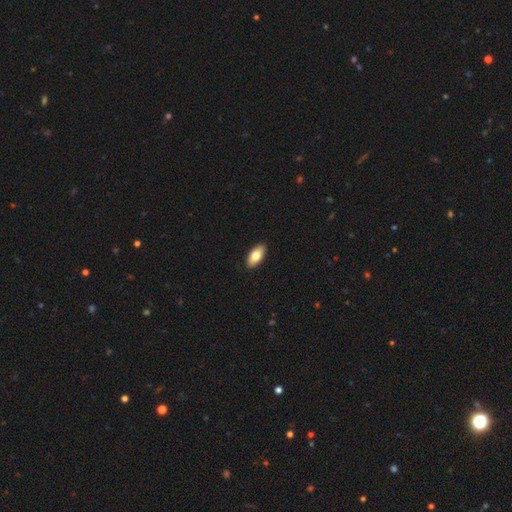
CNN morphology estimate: smooth_or_featured: smooth (p=0.81) [alt: featured or disk p=0.13]
how_rounded: in between (p=0.92) [alt: cigar-shaped p=0.06]
merging: none (p=0.91) [alt: minor disturbance p=0.07]